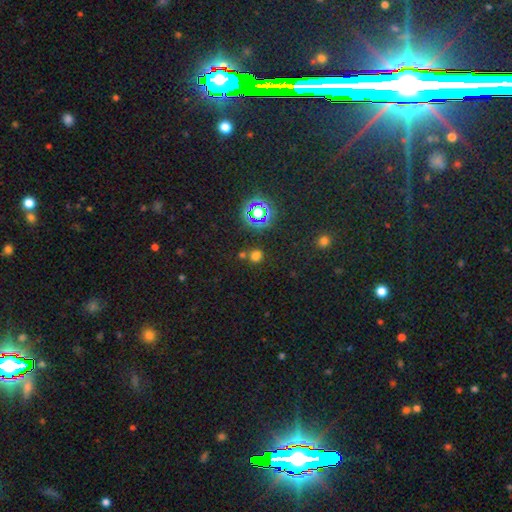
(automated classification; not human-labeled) Smooth or featured? smooth (60%)
How rounded? round (83%)
Merging? none (66%)